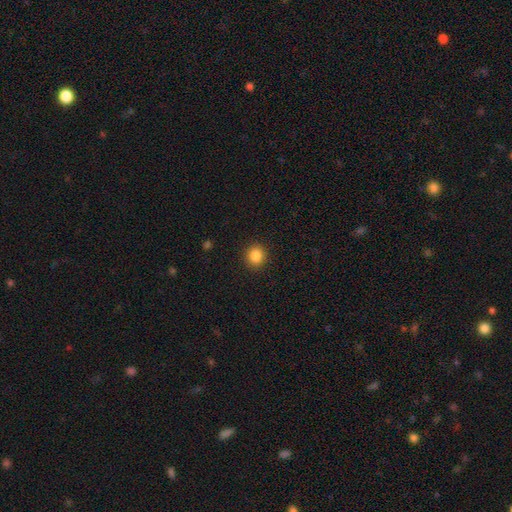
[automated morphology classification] The model was most divided on "how rounded": round: 85%, in between: 14%, cigar-shaped: 1%. More confident: merging — none (91%); smooth or featured — smooth (86%).